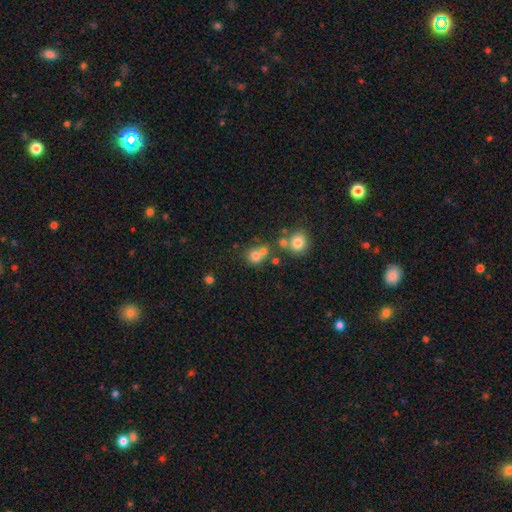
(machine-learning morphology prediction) Smooth or featured? smooth (72%)
How rounded? round (81%)
Merging? none (49%)